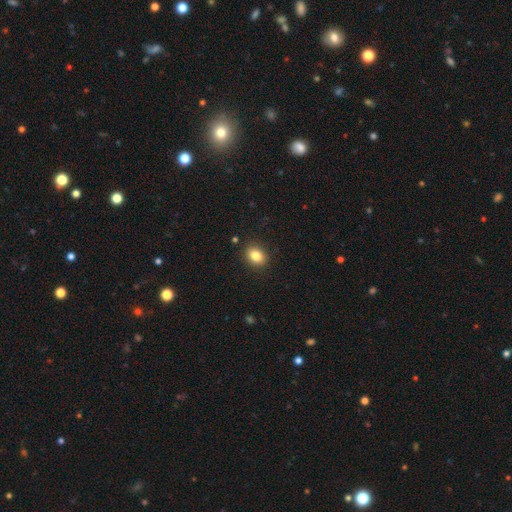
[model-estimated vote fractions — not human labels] Smooth or featured? Predicted: smooth (p=0.83). How rounded? Predicted: in between (p=0.55). Merging? Predicted: none (p=0.89).